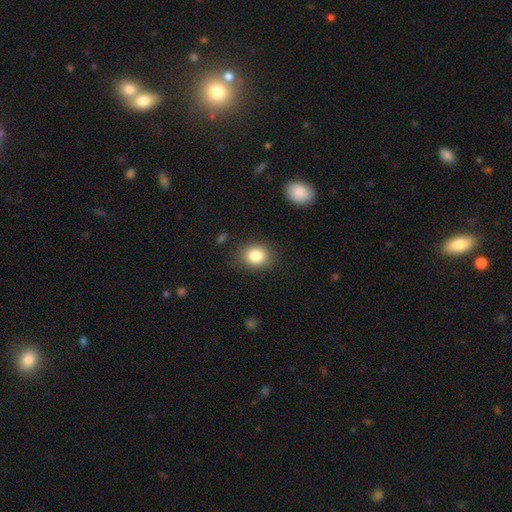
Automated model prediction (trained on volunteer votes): Smooth or featured?
  - smooth: 83% *
  - star or artifact: 10%
  - featured or disk: 7%
How rounded?
  - round: 58% *
  - in between: 41%
  - cigar-shaped: 1%
Merging?
  - none: 84% *
  - minor disturbance: 11%
  - major disturbance: 3%
  - merger: 2%